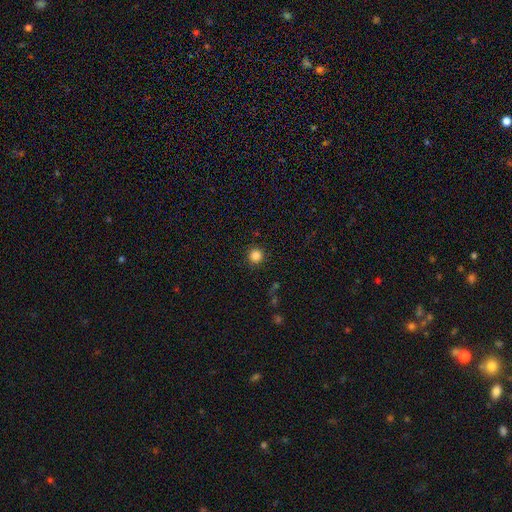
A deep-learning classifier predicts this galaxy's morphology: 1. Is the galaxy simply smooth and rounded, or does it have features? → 85% smooth, 12% star or artifact, 4% featured or disk.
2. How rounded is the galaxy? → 95% round, 4% in between, 1% cigar-shaped.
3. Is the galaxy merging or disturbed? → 91% none, 6% minor disturbance, 2% major disturbance, 1% merger.